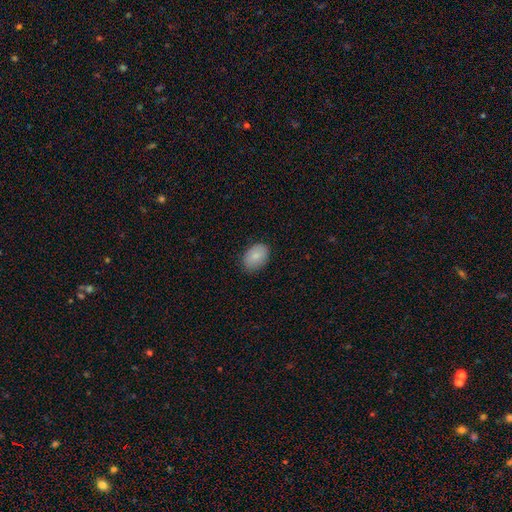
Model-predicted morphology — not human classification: type=smooth (84%); roundness=in between (85%); merging=none (82%).